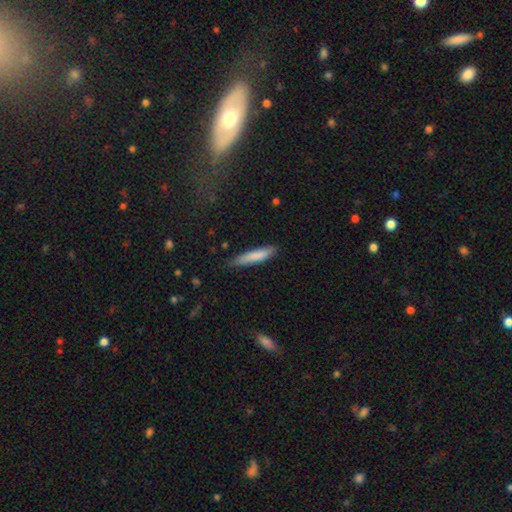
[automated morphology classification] Q: Smooth or featured?
A: smooth (80%); runner-up: featured or disk (14%)
Q: How rounded?
A: cigar-shaped (86%); runner-up: in between (12%)
Q: Merging?
A: none (78%); runner-up: minor disturbance (18%)